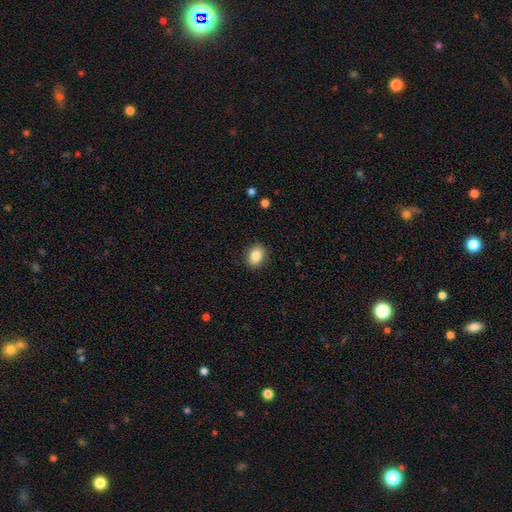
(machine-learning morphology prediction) A smooth galaxy with no disk features (86%) that is in between round and cigar-shaped (65%). Merging: none (89%).